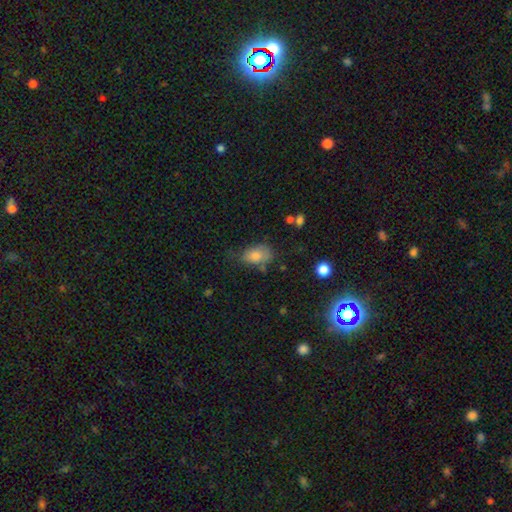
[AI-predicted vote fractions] smooth-or-featured: smooth: 75% | featured or disk: 14% | star or artifact: 11%
  how-rounded: in between: 86% | round: 12% | cigar-shaped: 2%
  merging: none: 53% | minor disturbance: 32% | major disturbance: 10% | merger: 5%